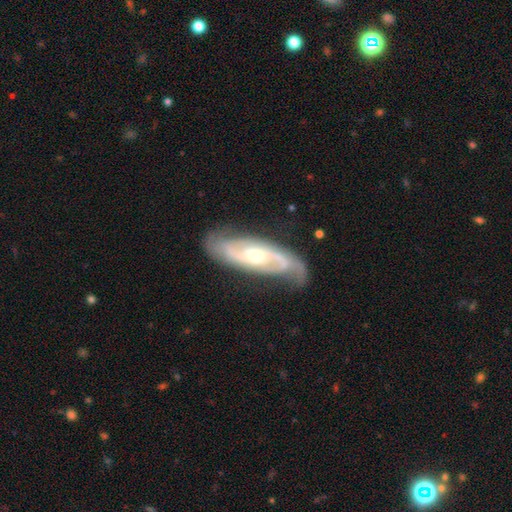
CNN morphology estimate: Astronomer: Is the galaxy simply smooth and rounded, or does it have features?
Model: featured or disk — 87%.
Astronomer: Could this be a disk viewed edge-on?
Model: no — 91%.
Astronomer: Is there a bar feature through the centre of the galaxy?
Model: no — 42%, tied with weak at 42%.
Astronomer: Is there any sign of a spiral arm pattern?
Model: yes — 96%.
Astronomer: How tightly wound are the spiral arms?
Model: medium — 48% (runner-up: tight, 30%).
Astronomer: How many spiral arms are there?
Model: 2 — 83%.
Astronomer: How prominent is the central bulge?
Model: moderate — 63%.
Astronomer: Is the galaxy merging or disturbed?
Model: none — 73%.